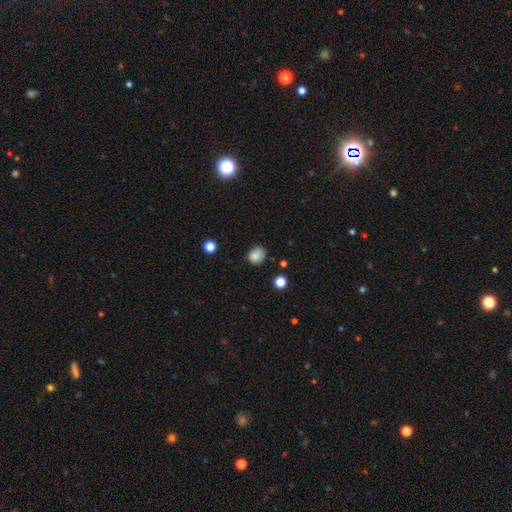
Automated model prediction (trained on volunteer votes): Smooth or featured? Predicted: smooth (p=0.81). How rounded? Predicted: round (p=0.58). Merging? Predicted: none (p=0.60).